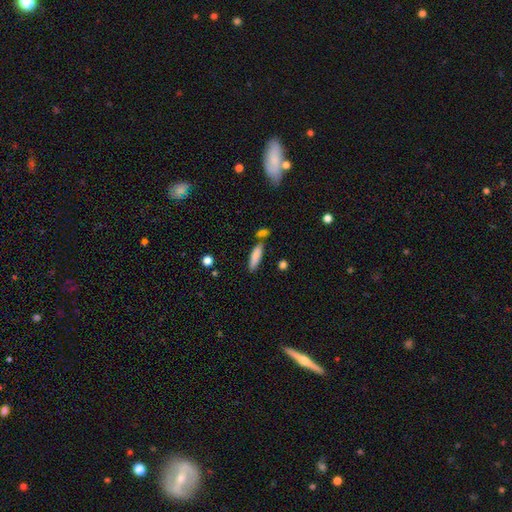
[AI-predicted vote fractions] A smooth galaxy with no disk features (83%) that is cigar-shaped (61%).

Vote fractions:
- Smooth or featured? smooth: 83% / featured or disk: 10% / star or artifact: 7%
- How rounded? cigar-shaped: 61% / in between: 37% / round: 2%
- Merging? none: 68% / merger: 15% / minor disturbance: 14% / major disturbance: 4%